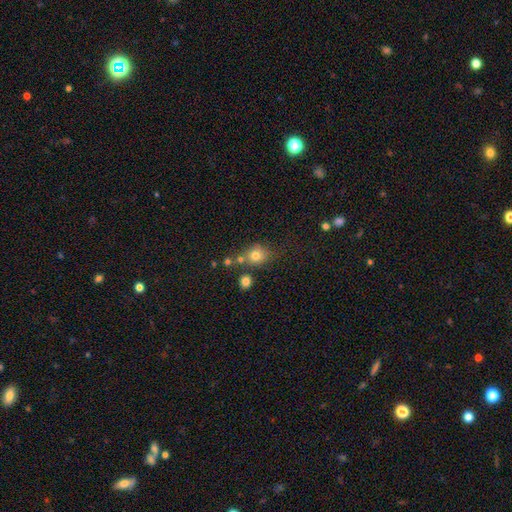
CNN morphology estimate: Q: Smooth or featured?
A: smooth (74%); runner-up: star or artifact (14%)
Q: How rounded?
A: round (77%); runner-up: in between (22%)
Q: Merging?
A: none (60%); runner-up: merger (18%)